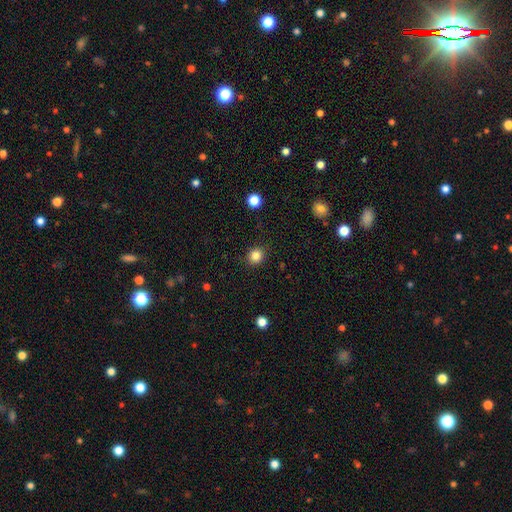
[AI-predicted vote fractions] Smooth or featured?
  - smooth: 84% *
  - star or artifact: 12%
  - featured or disk: 4%
How rounded?
  - round: 85% *
  - in between: 14%
  - cigar-shaped: 1%
Merging?
  - none: 90% *
  - minor disturbance: 7%
  - major disturbance: 2%
  - merger: 1%